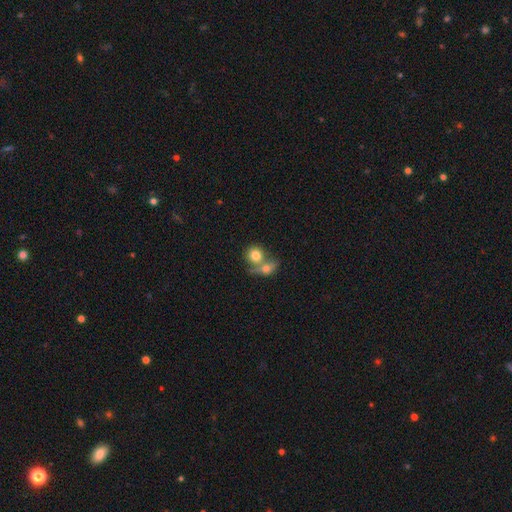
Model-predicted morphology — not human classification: Smooth or featured?
  - smooth: 78% *
  - featured or disk: 14%
  - star or artifact: 8%
How rounded?
  - round: 77% *
  - in between: 22%
  - cigar-shaped: 1%
Merging?
  - merger: 57% *
  - none: 32%
  - minor disturbance: 7%
  - major disturbance: 4%